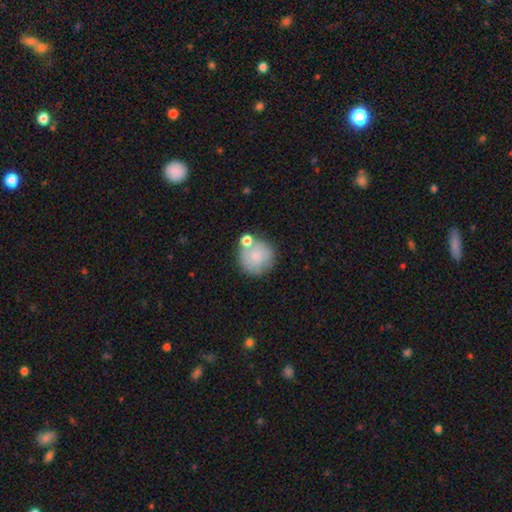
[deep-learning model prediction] Smooth or featured? Predicted: smooth (p=0.74). How rounded? Predicted: round (p=0.92). Merging? Predicted: none (p=0.58).